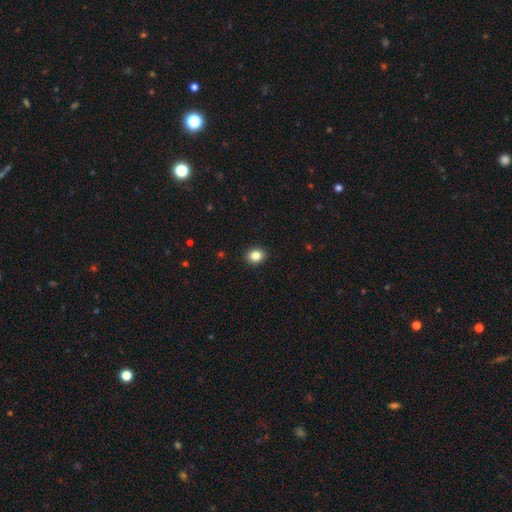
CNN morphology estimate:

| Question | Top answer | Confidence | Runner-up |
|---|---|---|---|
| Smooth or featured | smooth | 85% | star or artifact (10%) |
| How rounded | round | 53% | in between (46%) |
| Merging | none | 92% | minor disturbance (6%) |